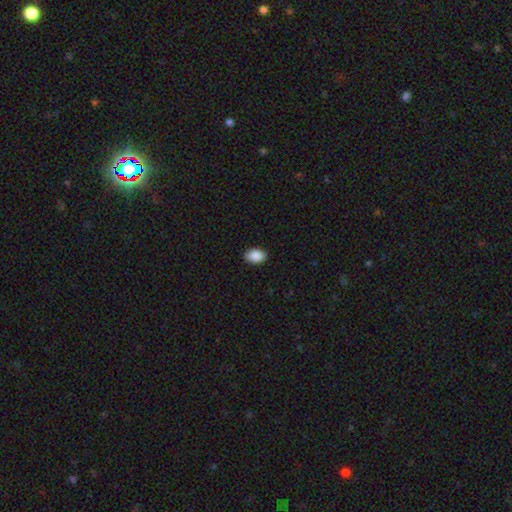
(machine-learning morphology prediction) smooth_or_featured: smooth (p=0.90) [alt: star or artifact p=0.07]
how_rounded: in between (p=0.86) [alt: round p=0.13]
merging: none (p=0.89) [alt: minor disturbance p=0.08]